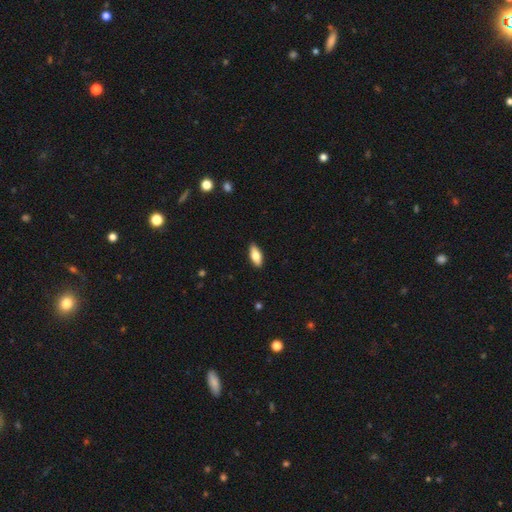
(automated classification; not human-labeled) Smooth or featured?
  - smooth: 75% *
  - featured or disk: 19%
  - star or artifact: 6%
How rounded?
  - in between: 80% *
  - cigar-shaped: 18%
  - round: 2%
Merging?
  - none: 89% *
  - minor disturbance: 8%
  - major disturbance: 2%
  - merger: 1%